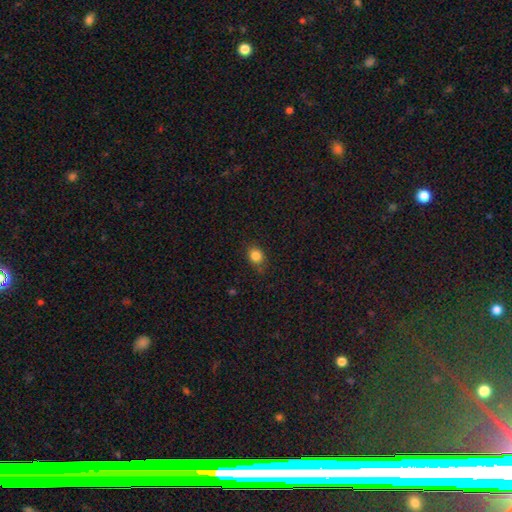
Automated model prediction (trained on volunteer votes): smooth_or_featured: smooth (p=0.84) [alt: star or artifact p=0.11]
how_rounded: round (p=0.65) [alt: in between p=0.34]
merging: none (p=0.79) [alt: minor disturbance p=0.16]